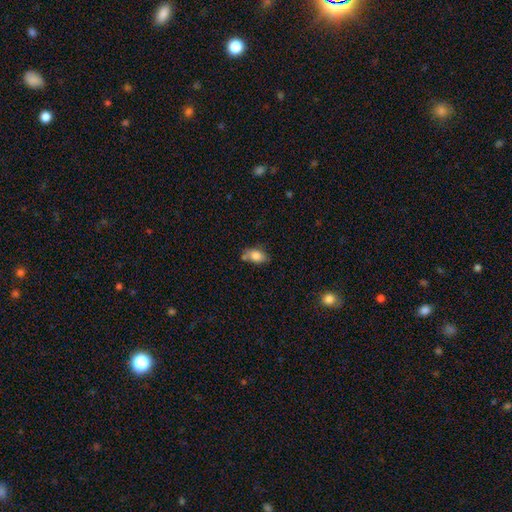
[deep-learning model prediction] Smooth or featured: smooth — 82% (featured or disk — 10%)
How rounded: in between — 87% (round — 10%)
Merging: none — 58% (minor disturbance — 22%)